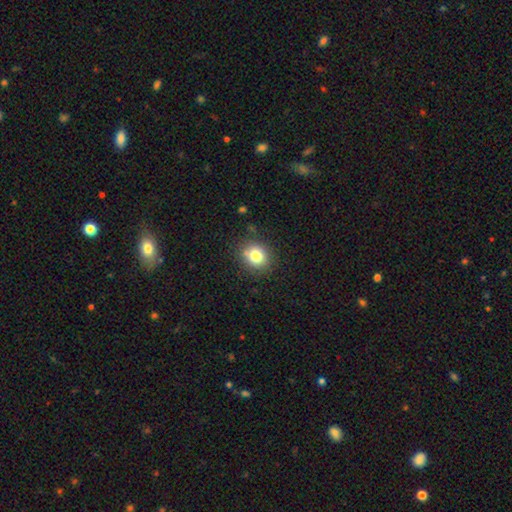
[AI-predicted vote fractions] A smooth galaxy with no disk features (78%) that is round (78%).

Vote fractions:
- Smooth or featured? smooth: 78% / star or artifact: 12% / featured or disk: 10%
- How rounded? round: 78% / in between: 21% / cigar-shaped: 1%
- Merging? none: 82% / minor disturbance: 11% / merger: 4% / major disturbance: 3%